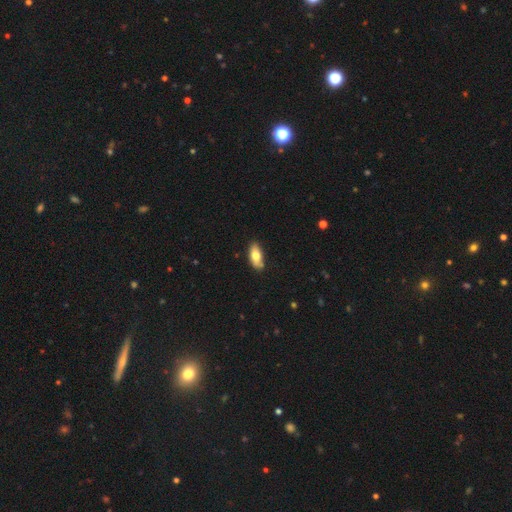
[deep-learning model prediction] Smooth or featured?
  - smooth: 73% *
  - featured or disk: 20%
  - star or artifact: 6%
How rounded?
  - in between: 84% *
  - cigar-shaped: 13%
  - round: 3%
Merging?
  - none: 77% *
  - minor disturbance: 17%
  - merger: 3%
  - major disturbance: 3%